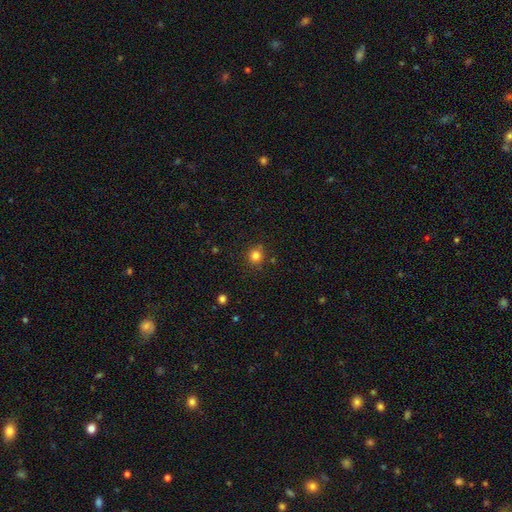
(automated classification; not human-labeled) smooth-or-featured: smooth: 81% | star or artifact: 14% | featured or disk: 5%
  how-rounded: round: 91% | in between: 8% | cigar-shaped: 1%
  merging: none: 83% | minor disturbance: 11% | merger: 4% | major disturbance: 3%